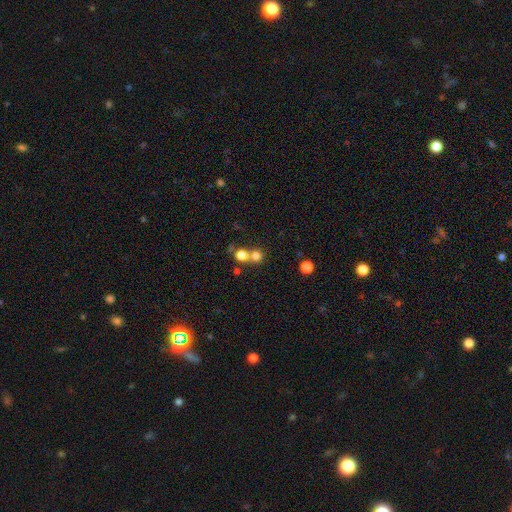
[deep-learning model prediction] Morphology: type=smooth (75%); roundness=round (87%); merging=merger (49%).